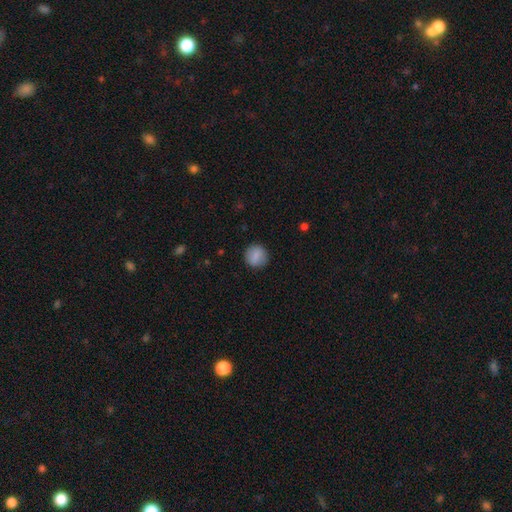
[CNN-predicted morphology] A smooth galaxy with no disk features (86%) that is round (89%). Merging: none (88%).